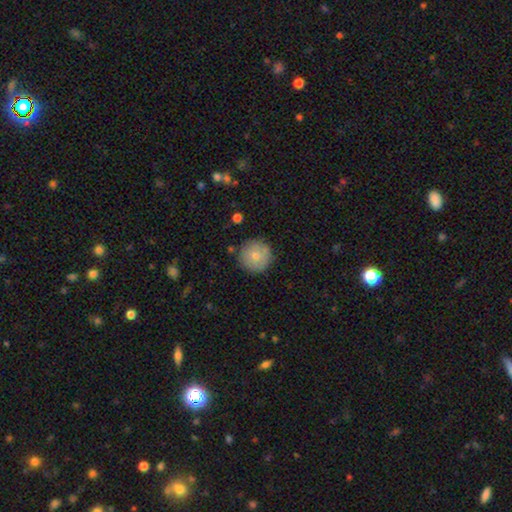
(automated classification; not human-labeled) smooth-or-featured: smooth: 75% | featured or disk: 18% | star or artifact: 7%
  how-rounded: round: 96% | in between: 3% | cigar-shaped: 1%
  merging: none: 85% | minor disturbance: 11% | major disturbance: 2% | merger: 2%